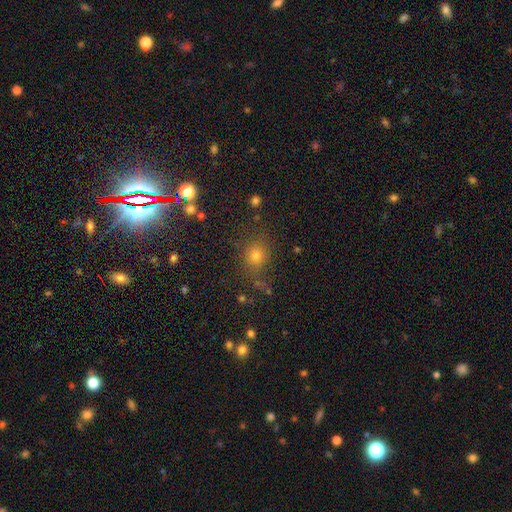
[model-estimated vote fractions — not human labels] A smooth galaxy with no disk features (68%) that is round (79%). Merging: none (80%).